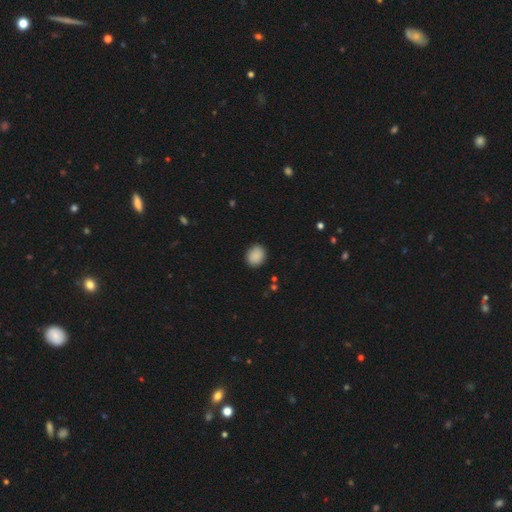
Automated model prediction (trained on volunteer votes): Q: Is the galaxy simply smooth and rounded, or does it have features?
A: smooth — 89%.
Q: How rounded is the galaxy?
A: round — 61%.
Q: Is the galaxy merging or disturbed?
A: none — 87%.